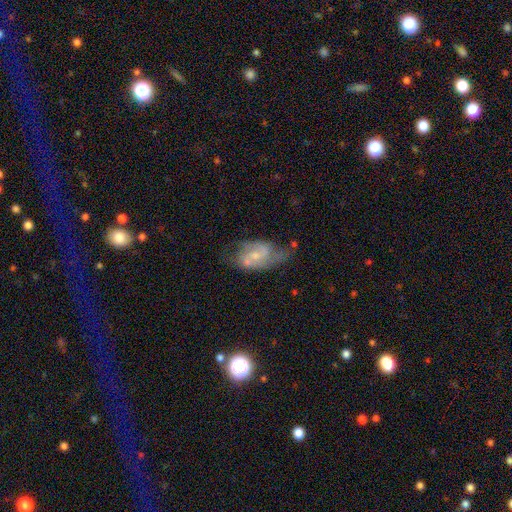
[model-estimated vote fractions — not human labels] Smooth or featured: featured or disk — 71% (smooth — 22%)
Edge-on disk: no — 96% (yes — 4%)
Bar: weak — 46% (no — 44%)
Spiral arms: yes — 84% (no — 16%)
Spiral winding: medium — 48% (loose — 29%)
Spiral arm count: 2 — 76% (can't tell — 14%)
Bulge size: small — 57% (moderate — 31%)
Merging: none — 47% (minor disturbance — 28%)